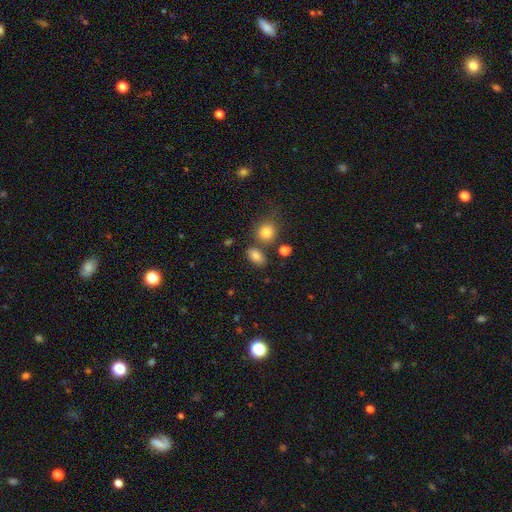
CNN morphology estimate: Overall: smooth (79%). How rounded: in between (84%). Merging: none (72%).